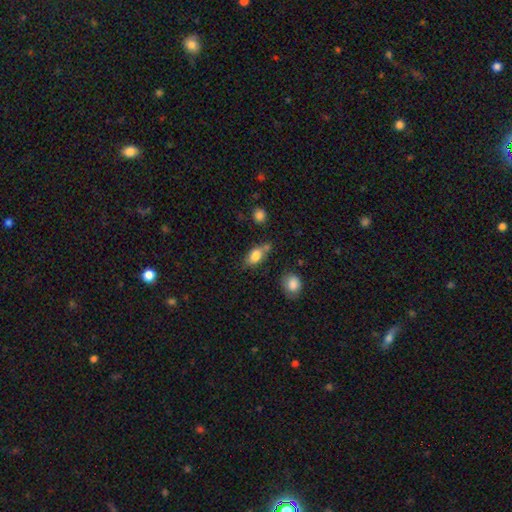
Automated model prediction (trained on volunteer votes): The model was most divided on "merging": none: 60%, minor disturbance: 23%, merger: 12%, major disturbance: 6%. More confident: how rounded — in between (83%); smooth or featured — smooth (78%).